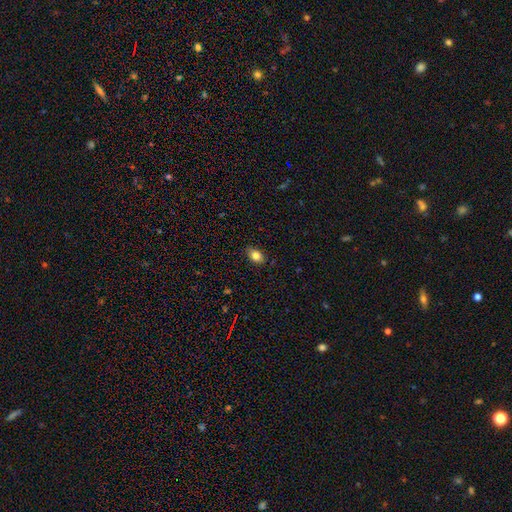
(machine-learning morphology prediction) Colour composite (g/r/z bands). It shows a smooth galaxy with no disk features (83%) that is in between round and cigar-shaped (82%). Merging: none (84%).